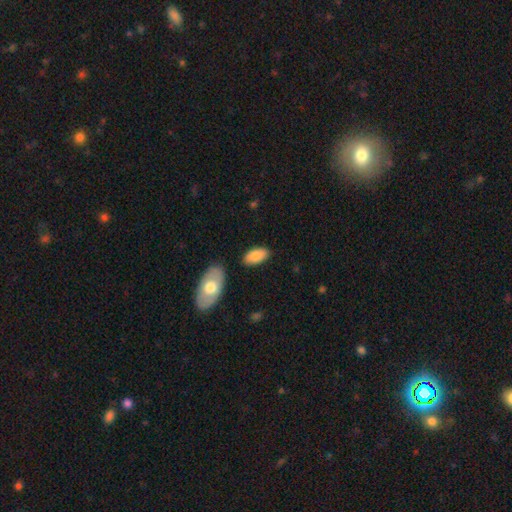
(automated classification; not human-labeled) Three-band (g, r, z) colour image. It shows a smooth galaxy with no disk features (84%) that is in between round and cigar-shaped (93%). Merging: none (82%).